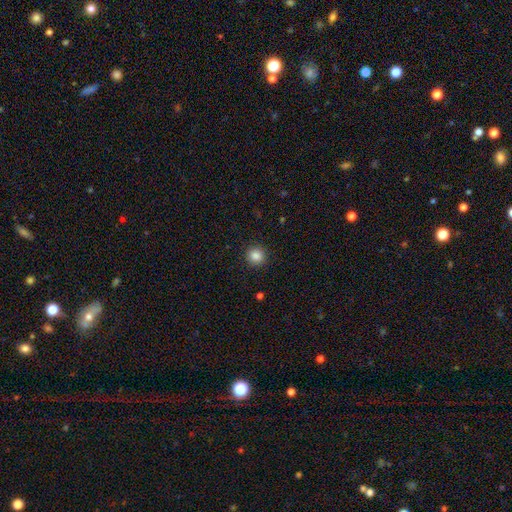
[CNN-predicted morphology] Smooth or featured?
  - smooth: 86% *
  - star or artifact: 11%
  - featured or disk: 4%
How rounded?
  - round: 94% *
  - in between: 5%
  - cigar-shaped: 1%
Merging?
  - none: 92% *
  - minor disturbance: 5%
  - major disturbance: 2%
  - merger: 1%